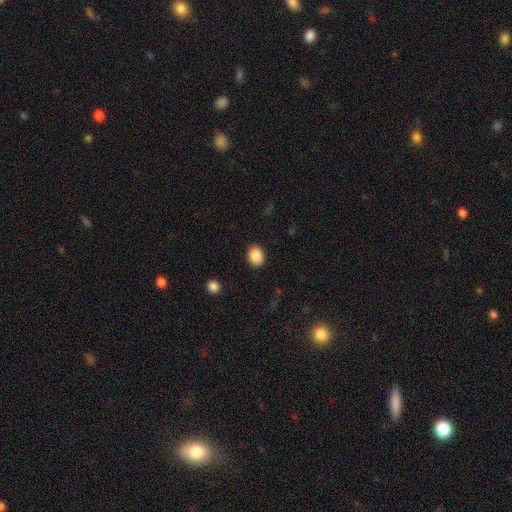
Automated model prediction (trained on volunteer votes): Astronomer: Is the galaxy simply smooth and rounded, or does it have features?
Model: smooth — 89%.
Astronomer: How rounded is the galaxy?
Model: in between — 56% (runner-up: round, 43%).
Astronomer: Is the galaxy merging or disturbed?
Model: none — 90%.